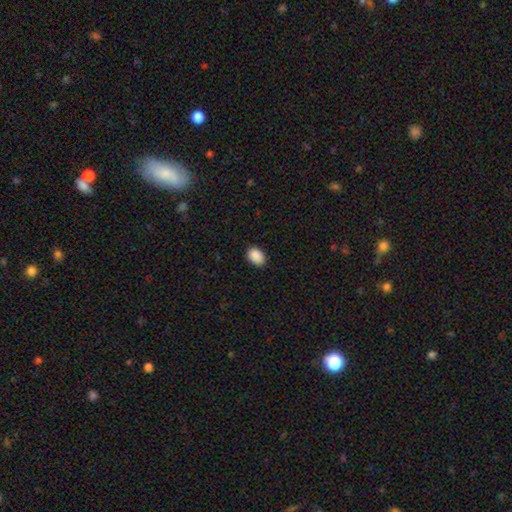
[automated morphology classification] type=smooth (90%); roundness=in between (81%); merging=none (86%).